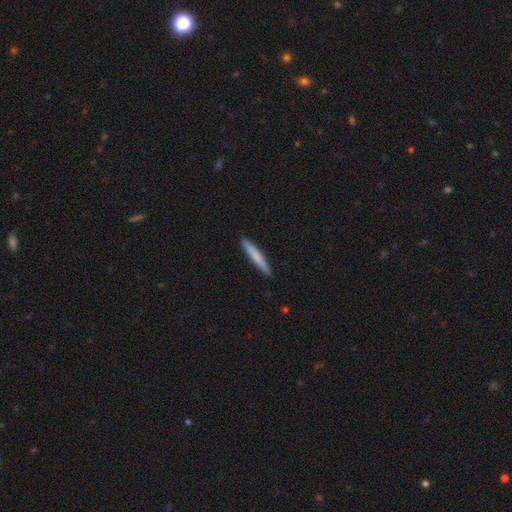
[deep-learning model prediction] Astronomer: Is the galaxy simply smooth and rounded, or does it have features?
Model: smooth — 74%.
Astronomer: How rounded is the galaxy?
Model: cigar-shaped — 95%.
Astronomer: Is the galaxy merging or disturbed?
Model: none — 90%.